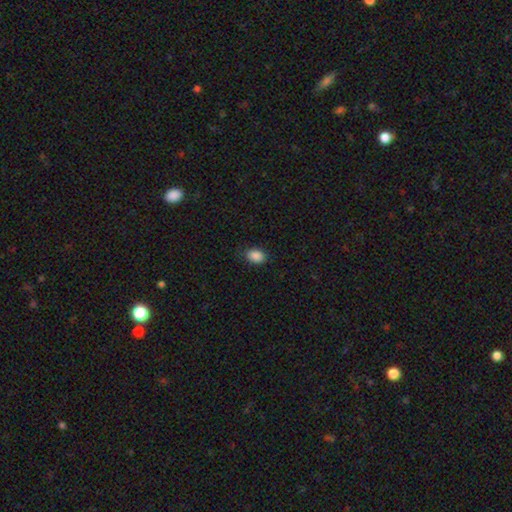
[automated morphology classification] smooth 88%, star or artifact 8%, featured or disk 3%. Down the decision tree: how rounded — in between (80%); merging — none (83%).